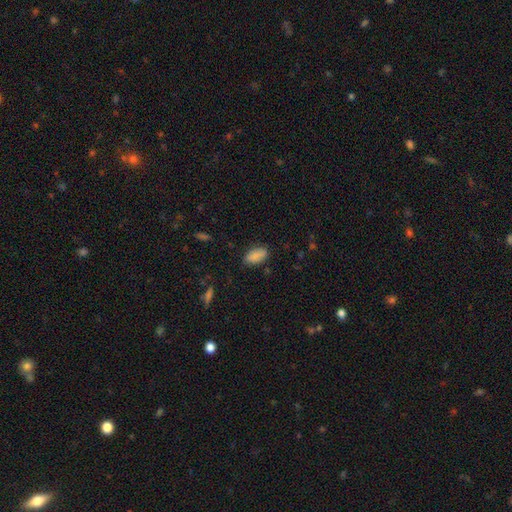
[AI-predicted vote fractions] A smooth galaxy with no disk features (86%) that is in between round and cigar-shaped (91%). Merging: none (79%).